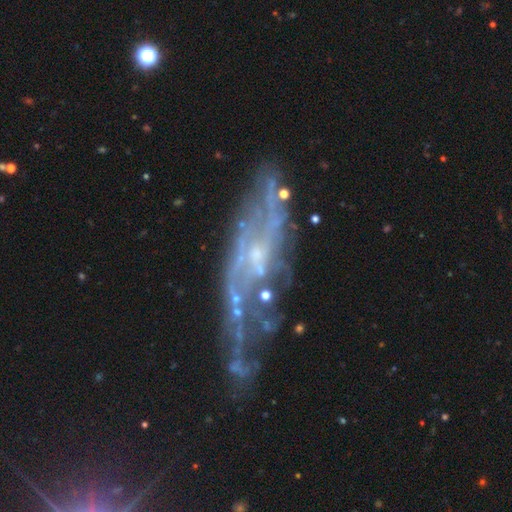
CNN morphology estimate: The model was most divided on "merging": none: 44%, major disturbance: 27%, minor disturbance: 22%, merger: 8%. More confident: edge-on disk — no (83%); smooth or featured — featured or disk (80%); spiral arms — yes (70%); bar — no (63%); bulge size — small (62%).